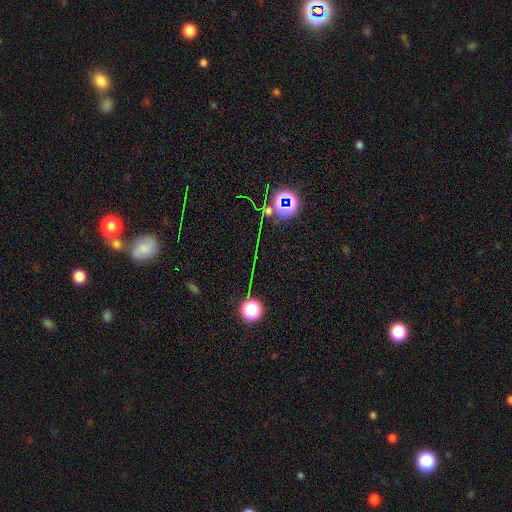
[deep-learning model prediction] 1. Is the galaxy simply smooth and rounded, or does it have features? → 74% star or artifact, 16% smooth, 10% featured or disk.